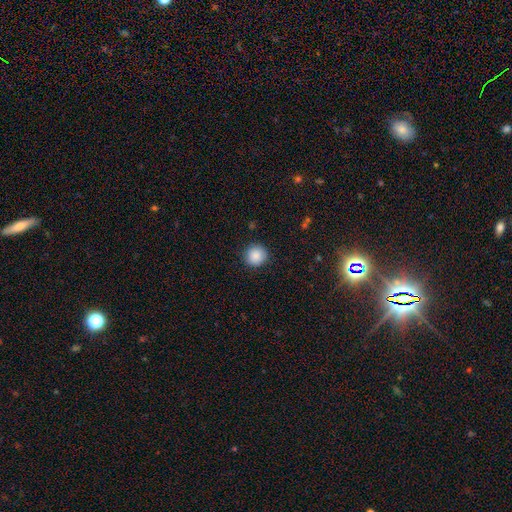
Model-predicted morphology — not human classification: The model was most divided on "smooth or featured": smooth: 88%, star or artifact: 8%, featured or disk: 3%. More confident: how rounded — round (93%); merging — none (90%).